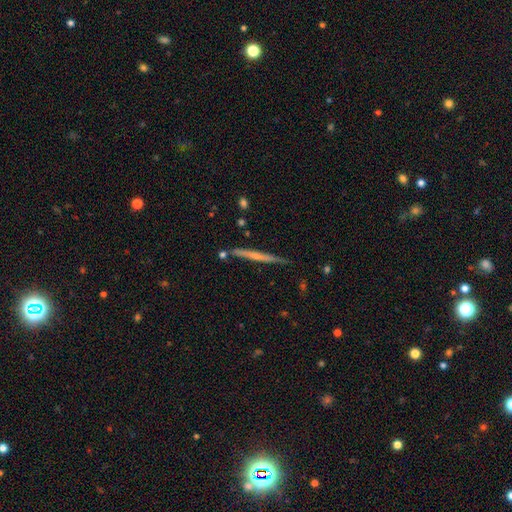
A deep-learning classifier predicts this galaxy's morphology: This appears to be a featured or disk galaxy (61%) viewed edge-on (97%) with no central bulge (51%). Merging: none (85%).